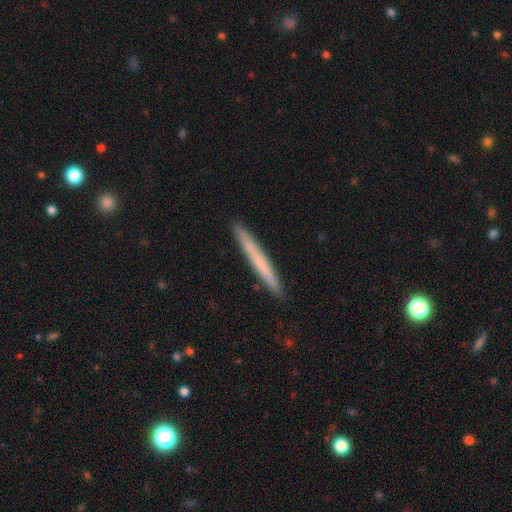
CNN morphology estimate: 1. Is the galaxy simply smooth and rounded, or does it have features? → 58% smooth, 35% featured or disk, 7% star or artifact.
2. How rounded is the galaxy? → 97% cigar-shaped, 2% in between, 1% round.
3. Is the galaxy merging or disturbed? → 92% none, 6% minor disturbance, 1% major disturbance, 1% merger.